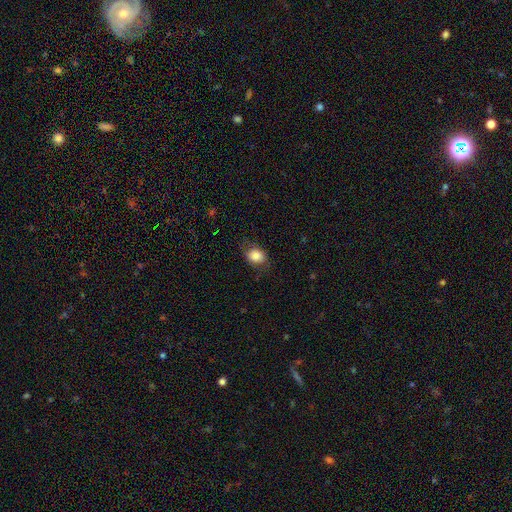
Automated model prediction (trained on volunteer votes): Q: Smooth or featured?
A: smooth (81%); runner-up: featured or disk (11%)
Q: How rounded?
A: in between (56%); runner-up: round (43%)
Q: Merging?
A: none (69%); runner-up: minor disturbance (21%)